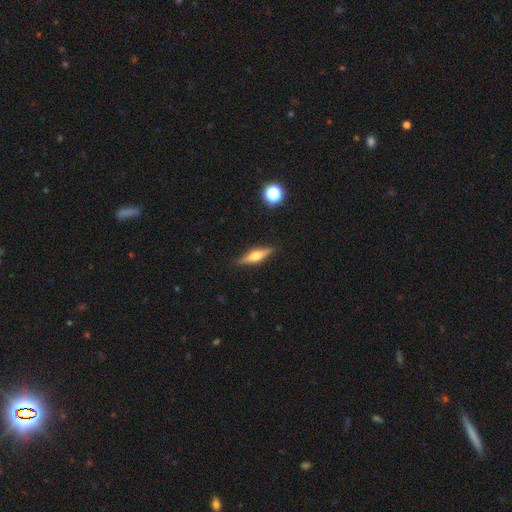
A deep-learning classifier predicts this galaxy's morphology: featured or disk 55%, smooth 38%, star or artifact 7%. Down the decision tree: edge-on disk — yes (95%); edge-on bulge — rounded (92%); merging — none (88%).